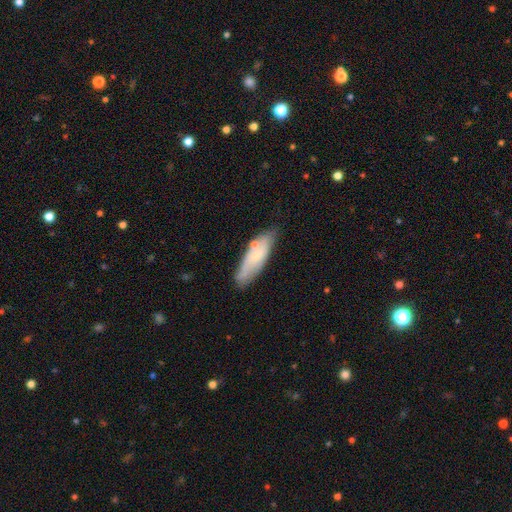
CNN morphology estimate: A smooth galaxy with no disk features (59%) that is in between round and cigar-shaped (50%). Merging: none (69%).